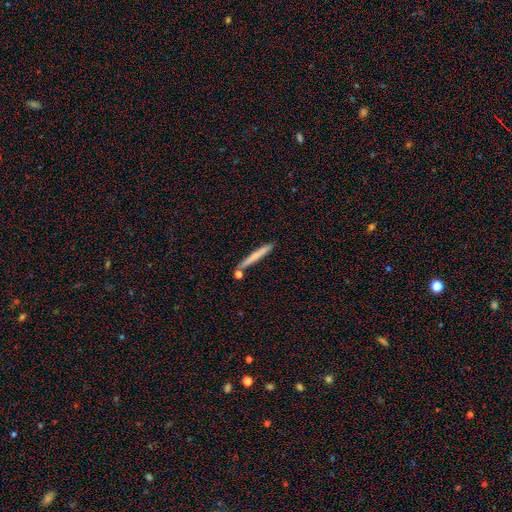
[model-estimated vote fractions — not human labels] smooth_or_featured: smooth (p=0.67) [alt: featured or disk p=0.26]
how_rounded: cigar-shaped (p=0.96) [alt: in between p=0.03]
merging: none (p=0.78) [alt: minor disturbance p=0.11]